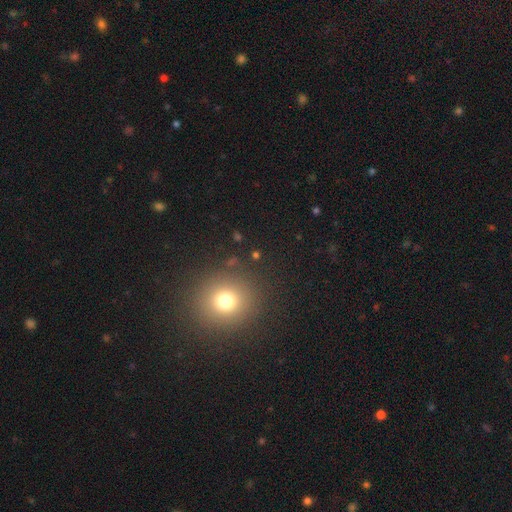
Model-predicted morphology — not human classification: type=smooth (67%); roundness=round (88%); merging=none (89%).